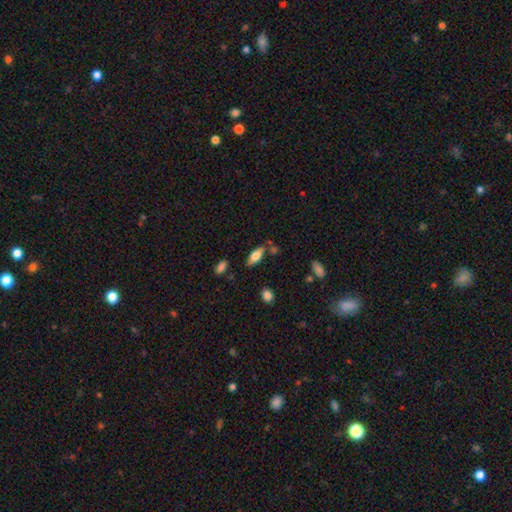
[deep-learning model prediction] Smooth or featured: smooth — 69% (featured or disk — 24%)
How rounded: in between — 77% (cigar-shaped — 21%)
Merging: none — 73% (minor disturbance — 15%)